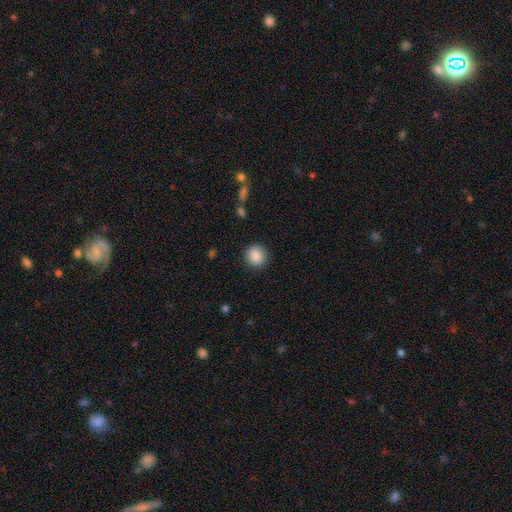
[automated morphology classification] A smooth galaxy with no disk features (88%) that is round (88%). Merging: none (89%).